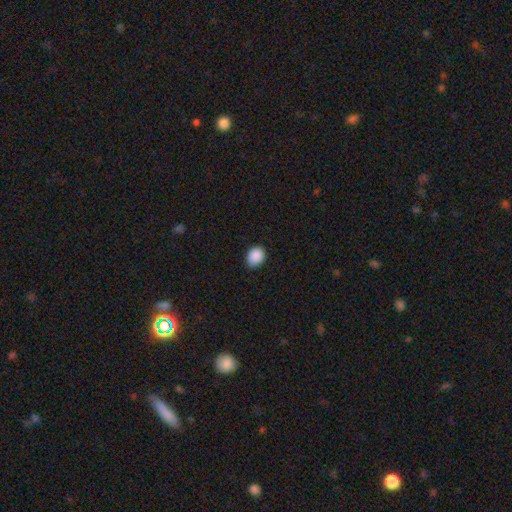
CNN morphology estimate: Smooth or featured? smooth (89%)
How rounded? in between (51%)
Merging? none (81%)